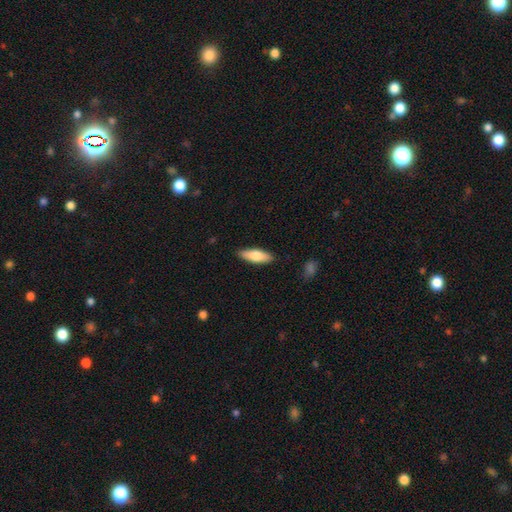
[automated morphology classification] Q: Smooth or featured?
A: smooth (75%); runner-up: featured or disk (19%)
Q: How rounded?
A: in between (58%); runner-up: cigar-shaped (40%)
Q: Merging?
A: none (88%); runner-up: minor disturbance (9%)